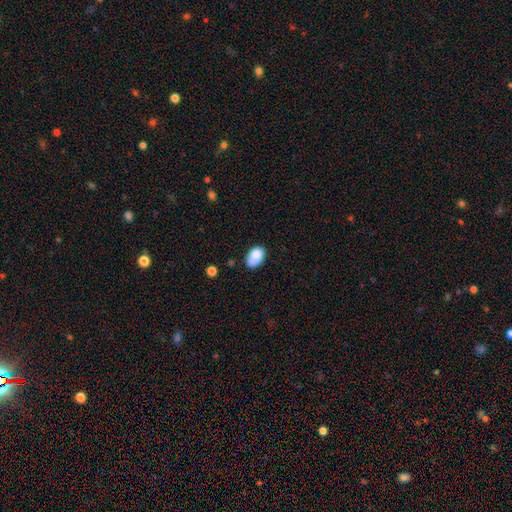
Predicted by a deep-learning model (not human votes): smooth-or-featured: smooth: 85% | star or artifact: 8% | featured or disk: 7%
  how-rounded: in between: 88% | round: 11% | cigar-shaped: 1%
  merging: none: 69% | minor disturbance: 24% | major disturbance: 4% | merger: 3%